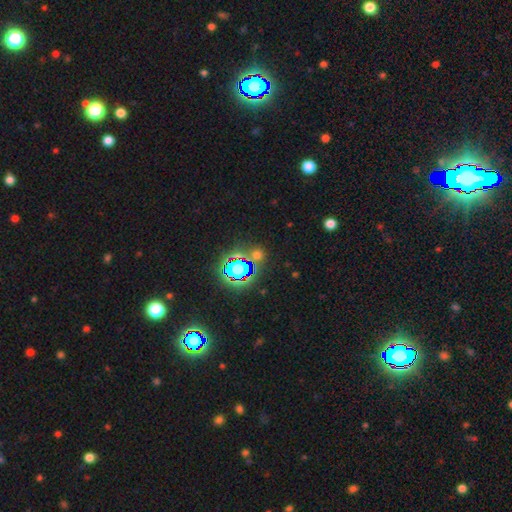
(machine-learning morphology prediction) Overall: star or artifact (69%).